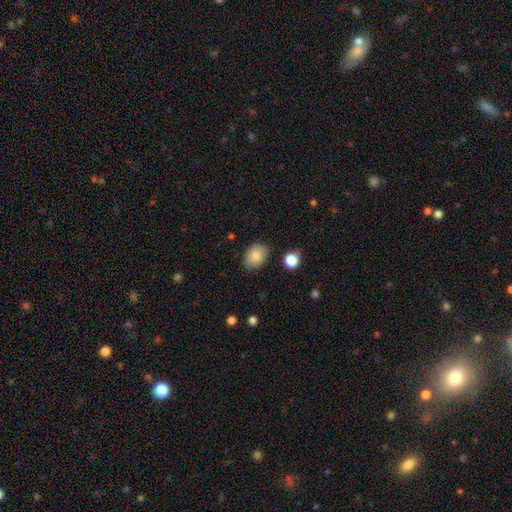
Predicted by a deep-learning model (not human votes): Morphology: type=smooth (86%); roundness=in between (73%); merging=none (84%).